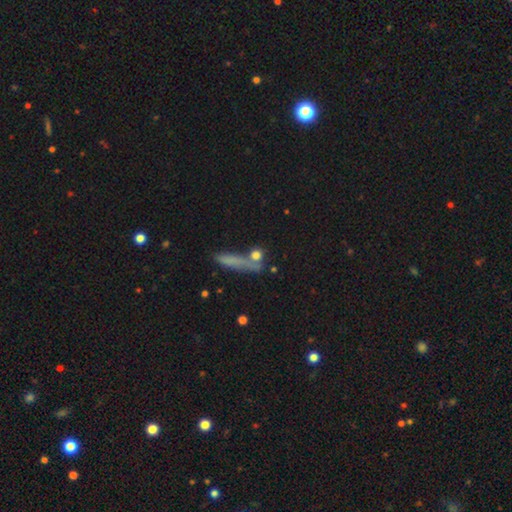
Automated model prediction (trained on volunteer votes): Smooth or featured: smooth — 72% (featured or disk — 14%)
How rounded: round — 59% (cigar-shaped — 24%)
Merging: none — 59% (merger — 21%)